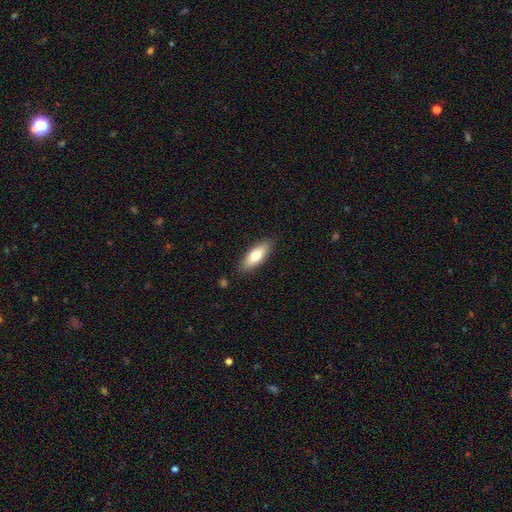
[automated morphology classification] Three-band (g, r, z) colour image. It shows a smooth galaxy with no disk features (75%) that is in between round and cigar-shaped (71%). Merging: none (86%).